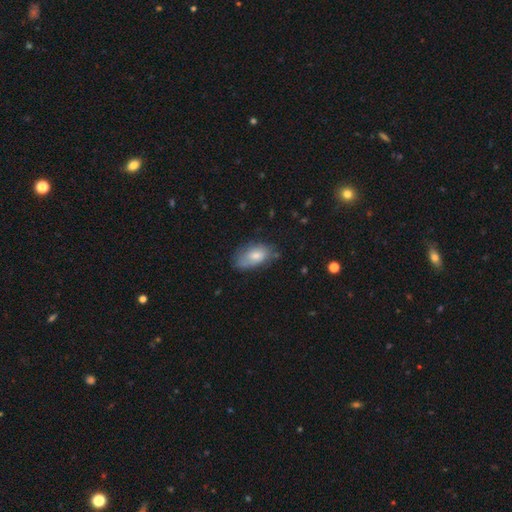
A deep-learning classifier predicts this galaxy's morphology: Smooth or featured? smooth (70%)
How rounded? in between (93%)
Merging? none (58%)